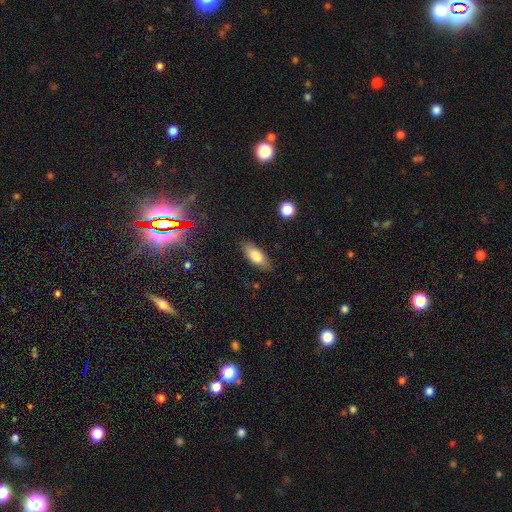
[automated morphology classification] This appears to be a smooth galaxy with no disk features (73%) that is in between round and cigar-shaped (76%). Merging: none (84%).